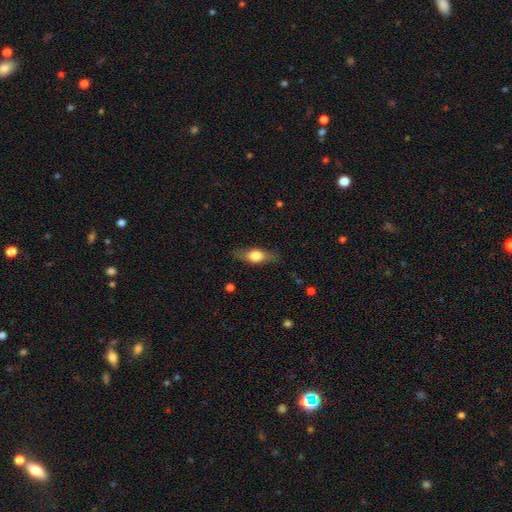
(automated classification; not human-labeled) The model was most divided on "smooth or featured": smooth: 64%, featured or disk: 30%, star or artifact: 7%. More confident: merging — none (80%); how rounded — in between (67%).